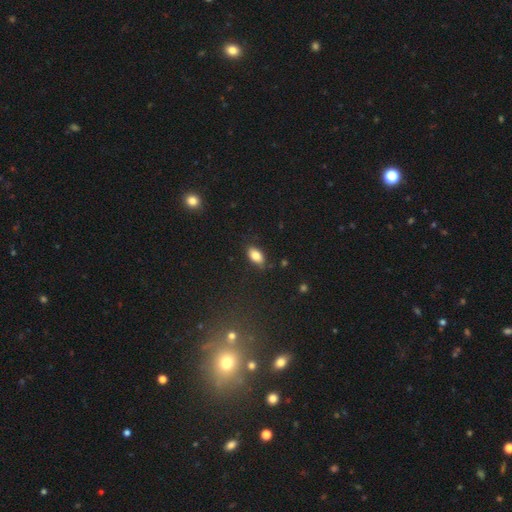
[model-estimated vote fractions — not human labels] Smooth or featured? Predicted: smooth (p=0.82). How rounded? Predicted: in between (p=0.91). Merging? Predicted: none (p=0.81).